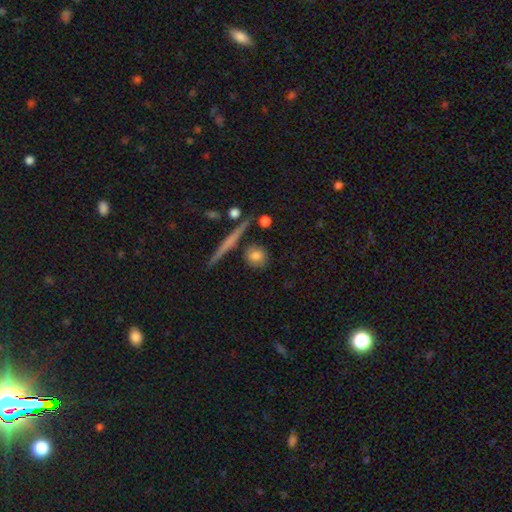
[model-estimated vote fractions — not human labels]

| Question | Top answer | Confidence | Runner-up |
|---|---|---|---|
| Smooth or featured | smooth | 75% | featured or disk (16%) |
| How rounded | round | 82% | in between (12%) |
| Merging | none | 78% | minor disturbance (11%) |